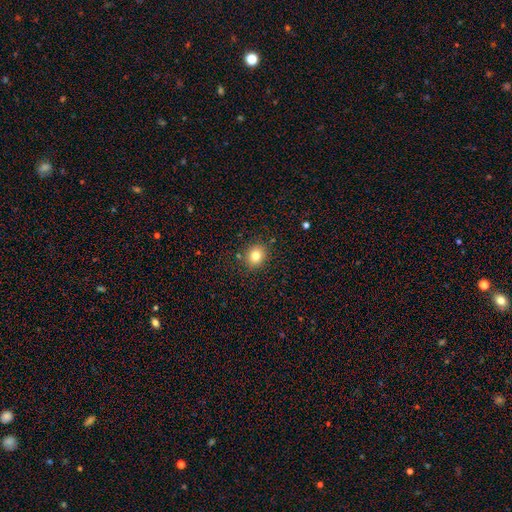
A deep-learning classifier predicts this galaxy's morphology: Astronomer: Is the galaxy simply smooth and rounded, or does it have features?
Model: smooth — 79%.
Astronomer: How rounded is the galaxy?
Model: round — 74%.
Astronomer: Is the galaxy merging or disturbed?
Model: none — 86%.